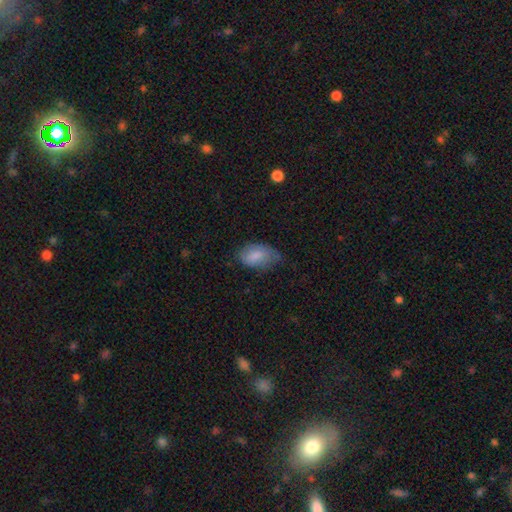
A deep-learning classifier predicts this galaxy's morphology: Smooth or featured: smooth — 81% (featured or disk — 12%)
How rounded: in between — 91% (round — 7%)
Merging: none — 43% (minor disturbance — 41%)